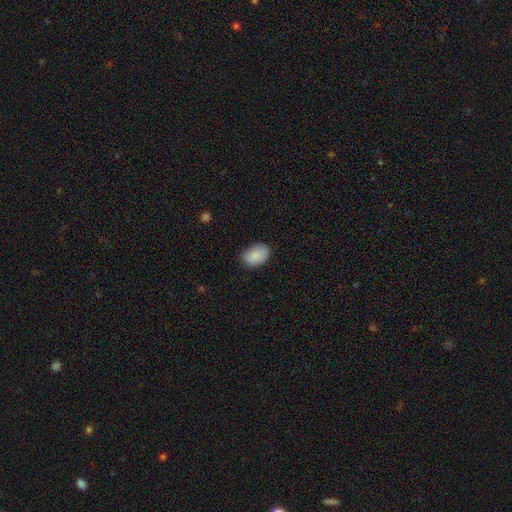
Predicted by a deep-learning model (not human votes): This is clearly a smooth galaxy (88%). How rounded: clearly in between (88%). Merging: likely none (76%).